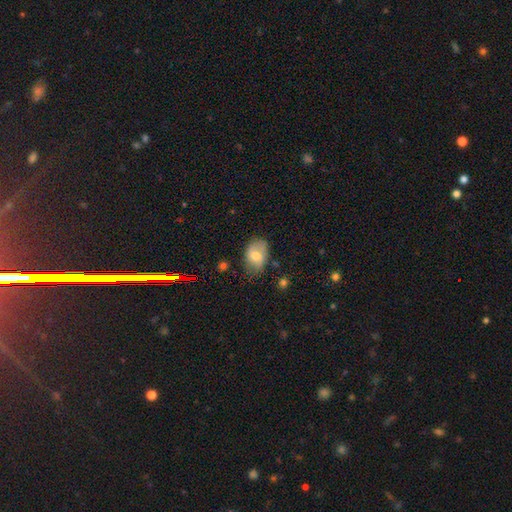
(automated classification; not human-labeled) Morphology: type=smooth (67%); roundness=in between (80%); merging=none (62%).